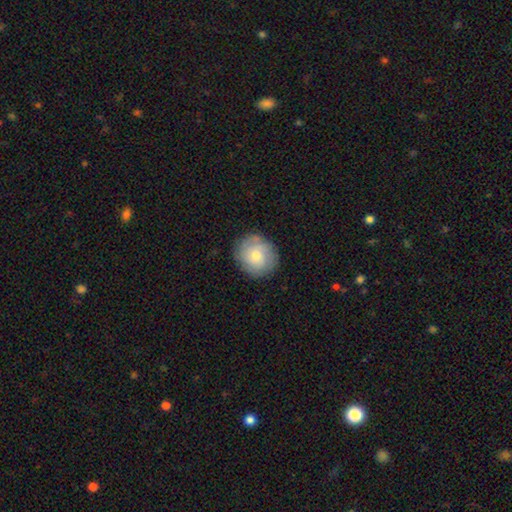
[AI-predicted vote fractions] Smooth or featured: smooth — 60% (featured or disk — 32%)
How rounded: round — 88% (in between — 11%)
Merging: none — 84% (minor disturbance — 12%)